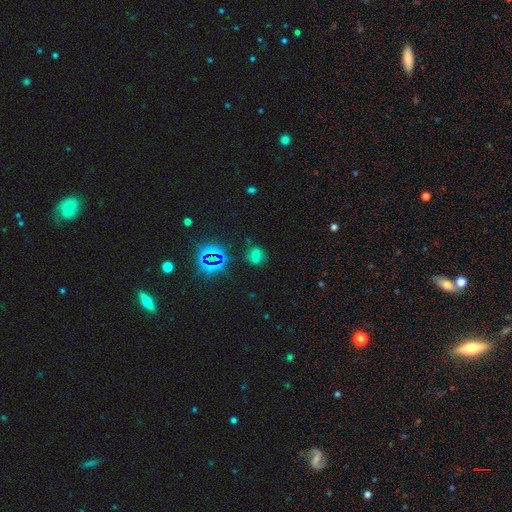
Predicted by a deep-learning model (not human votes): A smooth galaxy with no disk features (54%) that is in between round and cigar-shaped (54%).

Vote fractions:
- Smooth or featured? smooth: 54% / star or artifact: 36% / featured or disk: 10%
- How rounded? in between: 54% / round: 43% / cigar-shaped: 3%
- Merging? none: 74% / minor disturbance: 16% / major disturbance: 6% / merger: 4%